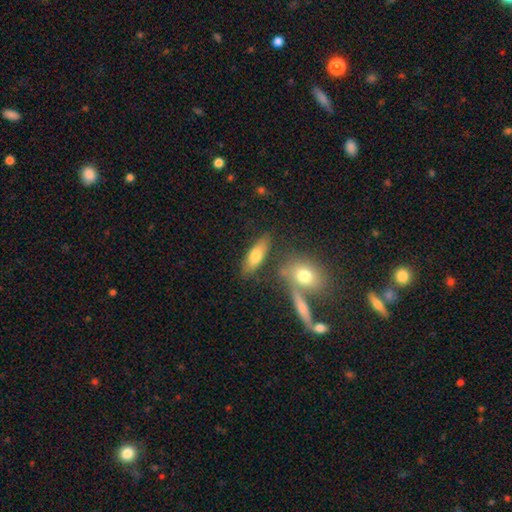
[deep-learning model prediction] smooth_or_featured: smooth (p=0.71) [alt: featured or disk p=0.22]
how_rounded: in between (p=0.65) [alt: cigar-shaped p=0.31]
merging: none (p=0.70) [alt: minor disturbance p=0.13]